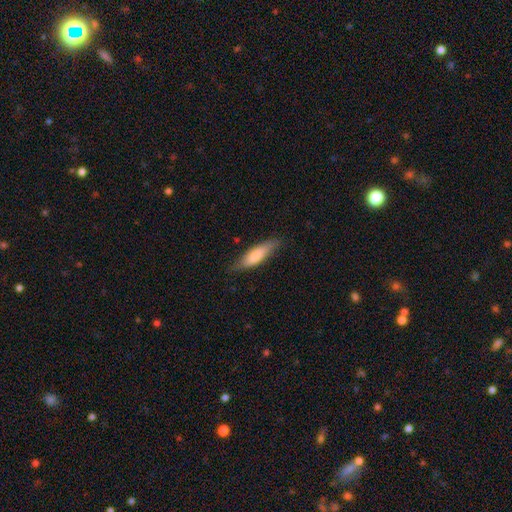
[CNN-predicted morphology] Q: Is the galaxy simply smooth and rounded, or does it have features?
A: smooth — 76%.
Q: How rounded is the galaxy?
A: cigar-shaped — 64%.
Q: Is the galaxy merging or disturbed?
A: none — 76%.